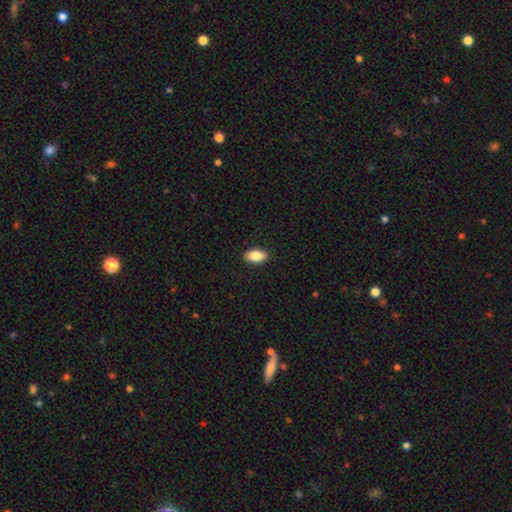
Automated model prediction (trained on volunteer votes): smooth_or_featured: smooth (p=0.84) [alt: featured or disk p=0.09]
how_rounded: in between (p=0.92) [alt: round p=0.04]
merging: none (p=0.90) [alt: minor disturbance p=0.08]